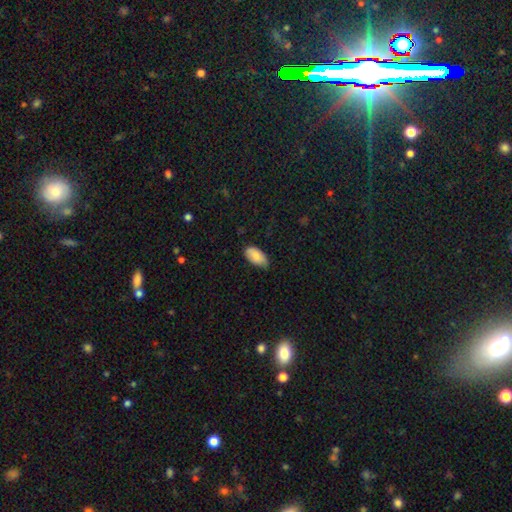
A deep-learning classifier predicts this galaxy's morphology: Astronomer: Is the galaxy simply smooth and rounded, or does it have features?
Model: smooth — 83%.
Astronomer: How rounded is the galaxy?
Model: in between — 95%.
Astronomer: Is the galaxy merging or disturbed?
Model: none — 63%.